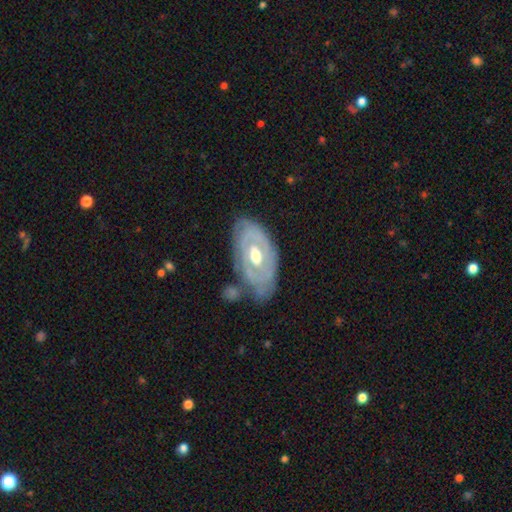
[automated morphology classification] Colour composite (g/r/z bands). It shows a featured or disk galaxy (78%) with no bar (58%), spiral arms (61%) and a moderate central bulge (76%). Merging: none (66%).